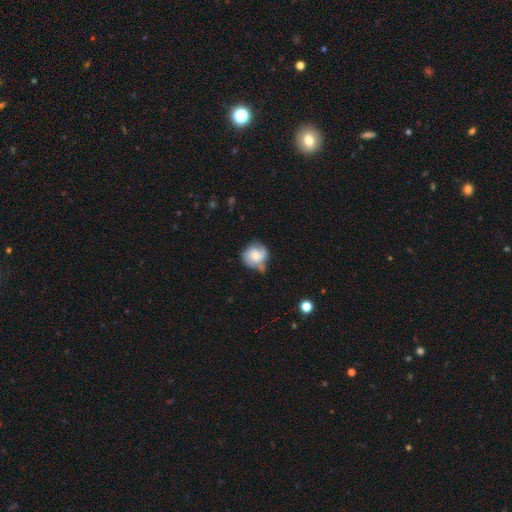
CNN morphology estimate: This is possibly a smooth galaxy (54%). How rounded: clearly round (80%). Merging: possibly none (47%).